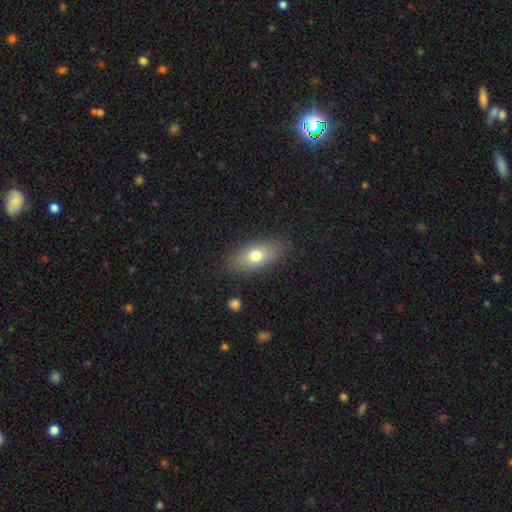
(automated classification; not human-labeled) Q: Smooth or featured?
A: smooth (73%); runner-up: featured or disk (18%)
Q: How rounded?
A: in between (85%); runner-up: cigar-shaped (9%)
Q: Merging?
A: none (84%); runner-up: minor disturbance (11%)